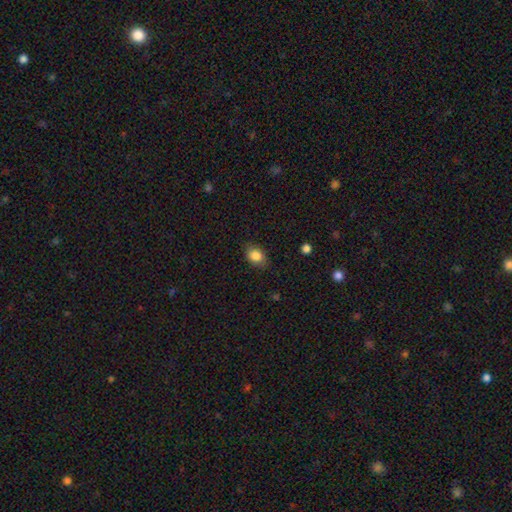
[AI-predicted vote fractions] Morphology: type=smooth (84%); roundness=in between (70%); merging=none (83%).